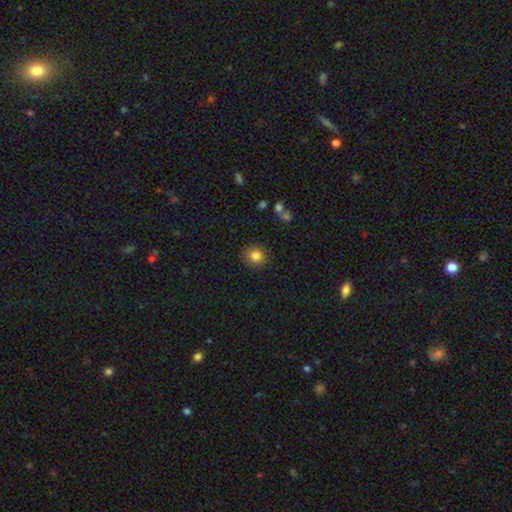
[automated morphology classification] Smooth or featured?
  - smooth: 83% *
  - star or artifact: 11%
  - featured or disk: 6%
How rounded?
  - round: 83% *
  - in between: 16%
  - cigar-shaped: 1%
Merging?
  - none: 87% *
  - minor disturbance: 9%
  - major disturbance: 2%
  - merger: 2%